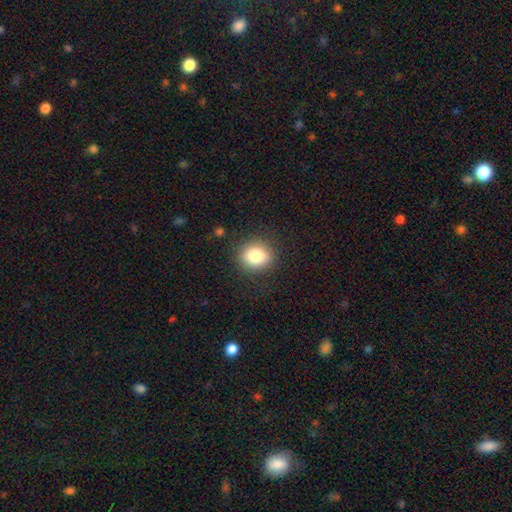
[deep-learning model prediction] Smooth or featured: smooth — 83% (star or artifact — 10%)
How rounded: round — 69% (in between — 30%)
Merging: none — 85% (minor disturbance — 10%)